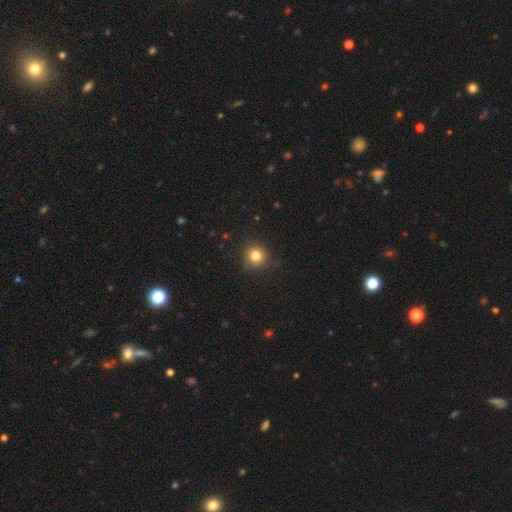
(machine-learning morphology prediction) smooth_or_featured: smooth (p=0.81) [alt: star or artifact p=0.13]
how_rounded: round (p=0.93) [alt: in between p=0.06]
merging: none (p=0.87) [alt: minor disturbance p=0.09]